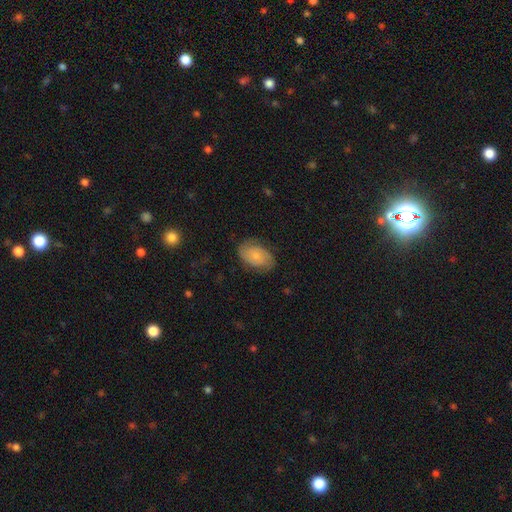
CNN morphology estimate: The model was most divided on "smooth or featured": featured or disk: 52%, smooth: 41%, star or artifact: 8%. More confident: edge-on disk — no (97%); spiral arms — yes (89%); merging — none (75%); bar — no (72%); bulge size — small (60%).